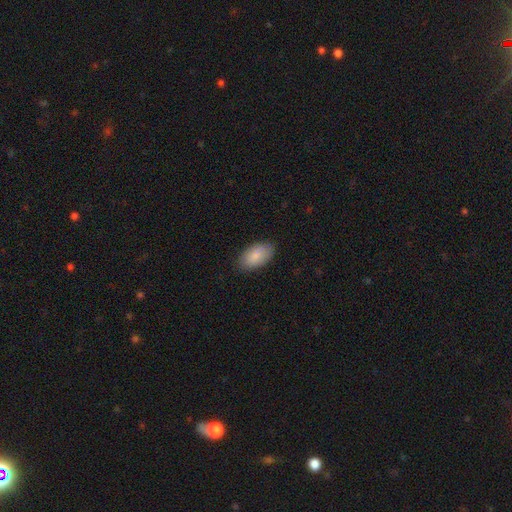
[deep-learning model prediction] The model was most divided on "merging": none: 86%, minor disturbance: 11%, major disturbance: 2%, merger: 1%. More confident: how rounded — in between (94%); smooth or featured — smooth (86%).